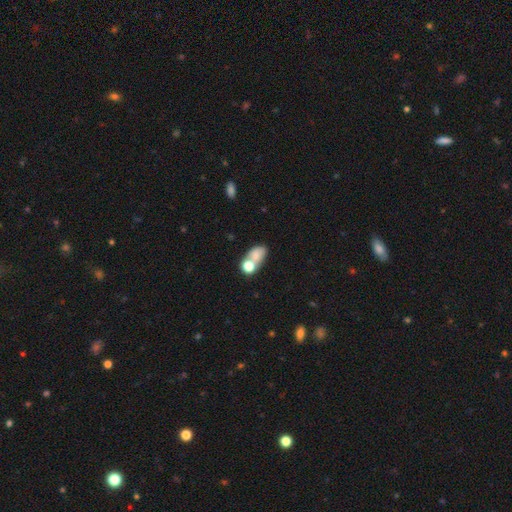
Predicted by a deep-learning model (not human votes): smooth 71%, featured or disk 17%, star or artifact 12%. Down the decision tree: how rounded — in between (75%); merging — merger (46%).